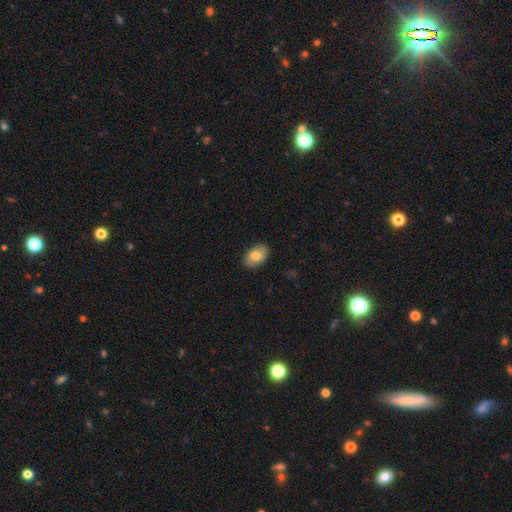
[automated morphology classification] This appears to be a smooth galaxy with no disk features (81%) that is in between round and cigar-shaped (88%). Merging: none (89%).